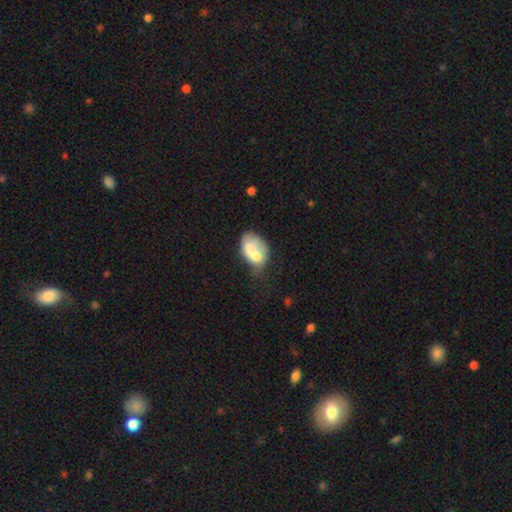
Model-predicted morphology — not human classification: type=smooth (66%); roundness=in between (86%); merging=merger (29%).